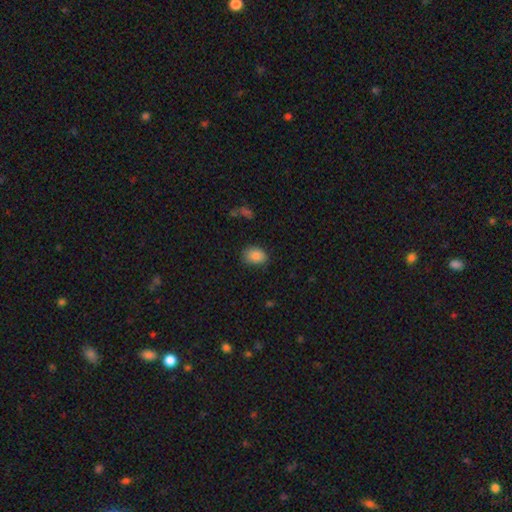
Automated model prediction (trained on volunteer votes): This is clearly a smooth galaxy (87%). How rounded: likely in between (76%). Merging: likely none (80%).